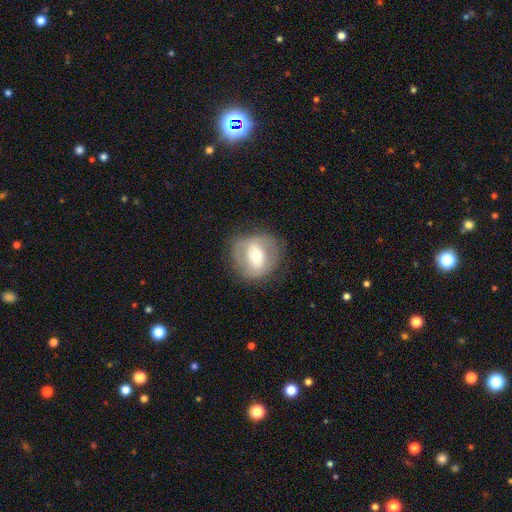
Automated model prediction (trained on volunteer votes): Smooth or featured: featured or disk — 52% (smooth — 40%)
Edge-on disk: no — 94% (yes — 6%)
Merging: none — 76% (minor disturbance — 15%)